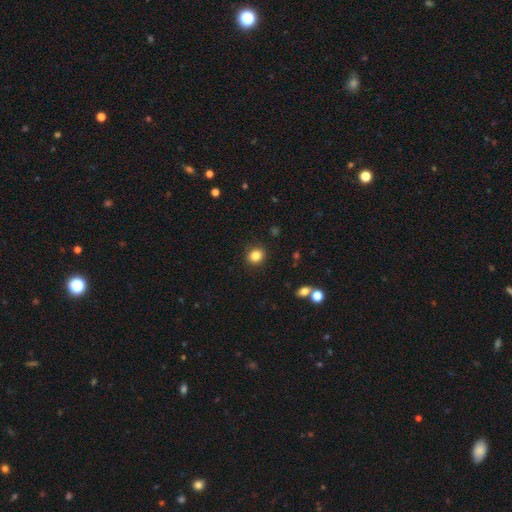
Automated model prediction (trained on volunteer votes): Smooth or featured: smooth — 84% (star or artifact — 11%)
How rounded: round — 79% (in between — 20%)
Merging: none — 90% (minor disturbance — 6%)